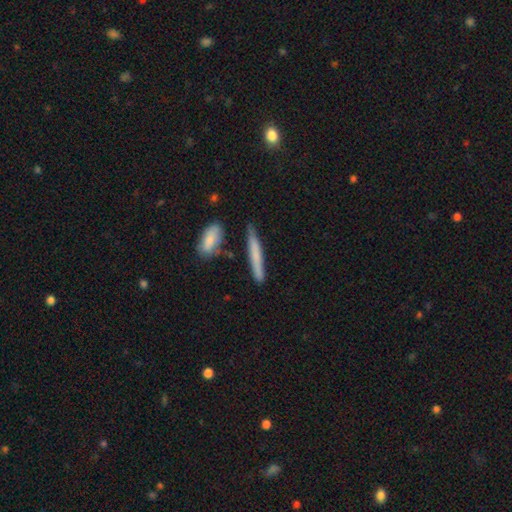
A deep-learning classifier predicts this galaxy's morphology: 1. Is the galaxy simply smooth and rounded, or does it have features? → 65% smooth, 28% featured or disk, 7% star or artifact.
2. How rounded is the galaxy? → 93% cigar-shaped, 5% in between, 2% round.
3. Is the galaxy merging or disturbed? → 80% none, 13% minor disturbance, 5% merger, 3% major disturbance.